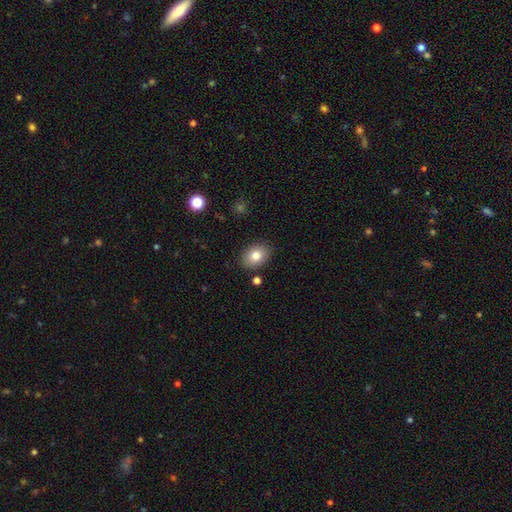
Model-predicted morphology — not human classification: Overall: smooth (80%). How rounded: in between (73%). Merging: none (86%).